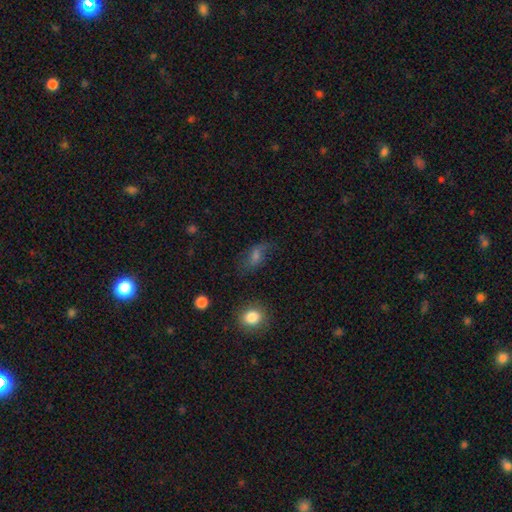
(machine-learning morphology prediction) Smooth or featured? Predicted: smooth (p=0.52). How rounded? Predicted: in between (p=0.77). Merging? Predicted: none (p=0.61).